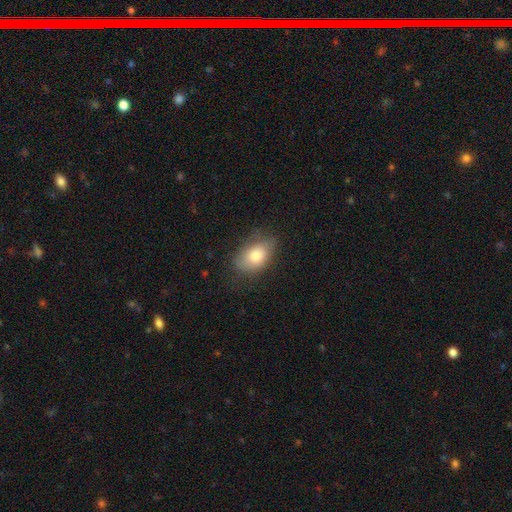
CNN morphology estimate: This appears to be a smooth galaxy with no disk features (79%) that is in between round and cigar-shaped (89%). Merging: none (68%).